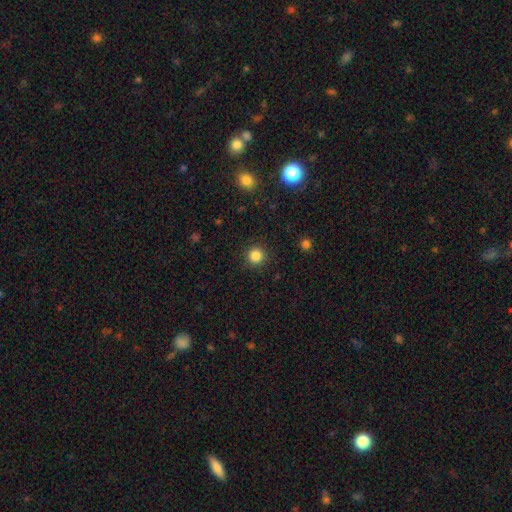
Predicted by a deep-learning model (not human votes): A smooth galaxy with no disk features (84%) that is round (95%). Merging: none (91%).